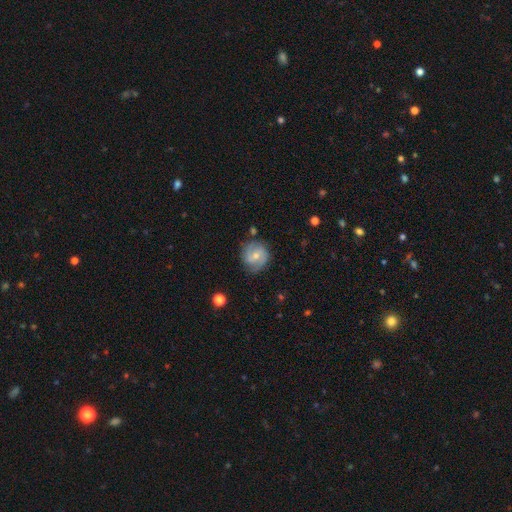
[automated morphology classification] smooth-or-featured: featured or disk: 67% | smooth: 26% | star or artifact: 7%
  disk-edge-on: no: 97% | yes: 3%
    bar: no: 51% | weak: 40% | strong: 9%
    has-spiral-arms: yes: 90% | no: 10%
      spiral-winding: medium: 44% | tight: 40% | loose: 17%
      spiral-arm-count: 2: 70% | can't tell: 15% | 3: 8% | 1: 4% | 4: 2% | more than 4: 2%
    bulge-size: small: 52% | moderate: 44% | none: 2% | large: 1% | dominant: 1%
  merging: none: 75% | minor disturbance: 17% | major disturbance: 5% | merger: 2%